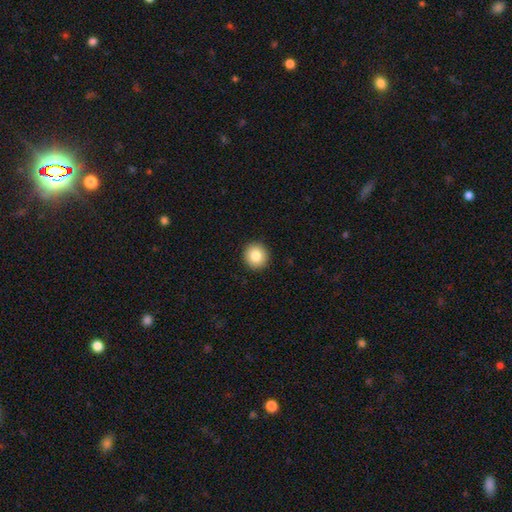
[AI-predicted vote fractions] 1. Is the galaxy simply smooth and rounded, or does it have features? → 84% smooth, 9% star or artifact, 7% featured or disk.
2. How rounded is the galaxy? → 93% round, 6% in between, 1% cigar-shaped.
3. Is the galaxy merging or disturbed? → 93% none, 5% minor disturbance, 2% major disturbance, 1% merger.